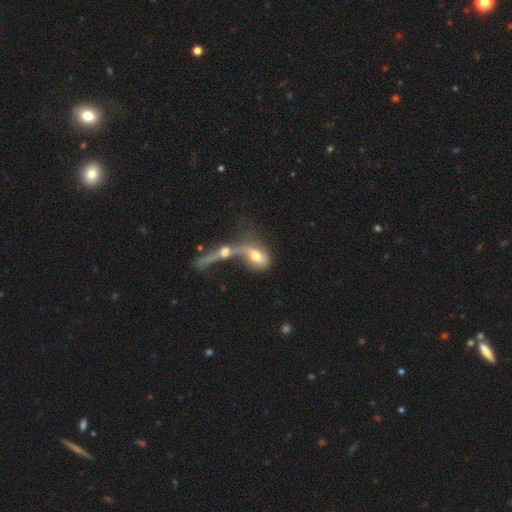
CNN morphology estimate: This is possibly a smooth galaxy (50%). Merging: likely merger (72%).